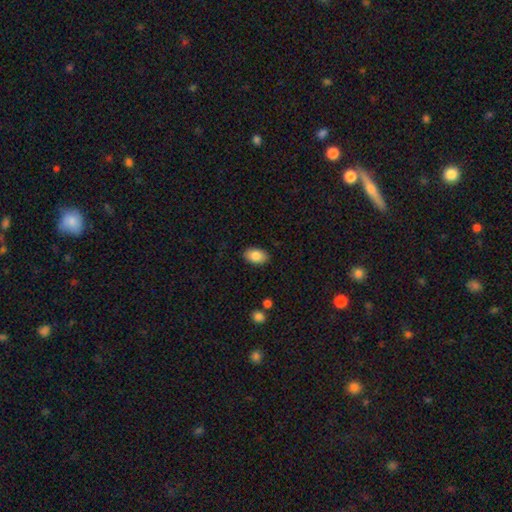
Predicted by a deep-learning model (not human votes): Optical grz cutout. It shows a smooth galaxy with no disk features (85%) that is in between round and cigar-shaped (91%). Merging: none (88%).